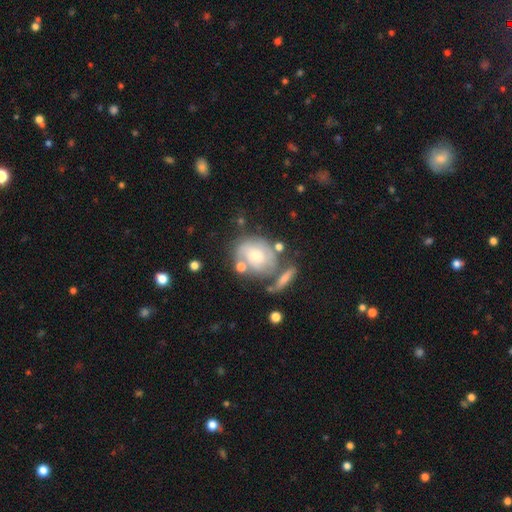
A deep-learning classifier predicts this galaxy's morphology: Q: Smooth or featured?
A: featured or disk (55%); runner-up: smooth (37%)
Q: Edge-on disk?
A: no (95%); runner-up: yes (5%)
Q: Bar?
A: no (77%); runner-up: weak (19%)
Q: Spiral arms?
A: yes (64%); runner-up: no (36%)
Q: Bulge size?
A: small (52%); runner-up: moderate (42%)
Q: Merging?
A: none (46%); runner-up: merger (21%)